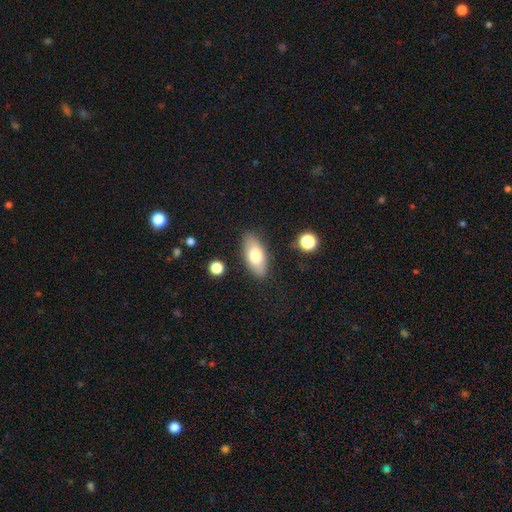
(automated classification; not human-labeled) The model was most divided on "smooth or featured": smooth: 74%, featured or disk: 20%, star or artifact: 7%. More confident: how rounded — in between (86%); merging — none (84%).